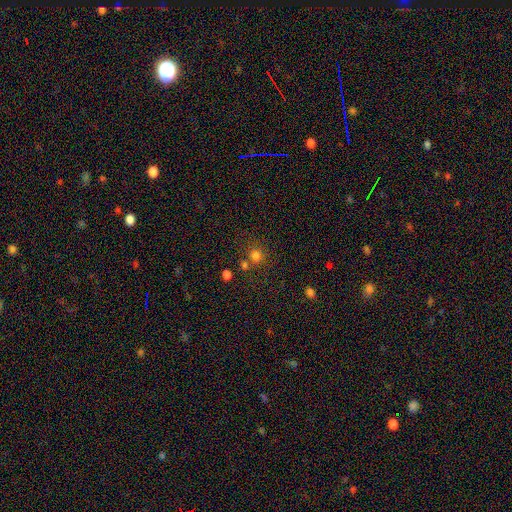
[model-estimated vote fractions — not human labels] Smooth or featured?
  - smooth: 76% *
  - star or artifact: 17%
  - featured or disk: 7%
How rounded?
  - round: 89% *
  - in between: 11%
  - cigar-shaped: 1%
Merging?
  - none: 66% *
  - merger: 21%
  - minor disturbance: 9%
  - major disturbance: 4%